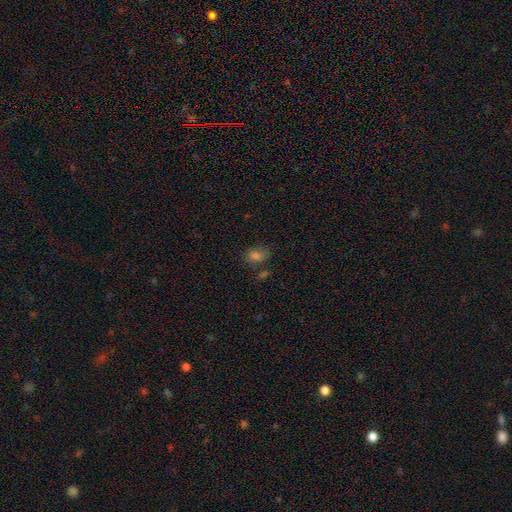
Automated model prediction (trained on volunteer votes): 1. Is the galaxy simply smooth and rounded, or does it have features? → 70% smooth, 20% star or artifact, 10% featured or disk.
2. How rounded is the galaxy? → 77% in between, 21% round, 2% cigar-shaped.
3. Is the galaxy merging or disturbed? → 68% none, 18% minor disturbance, 8% merger, 6% major disturbance.